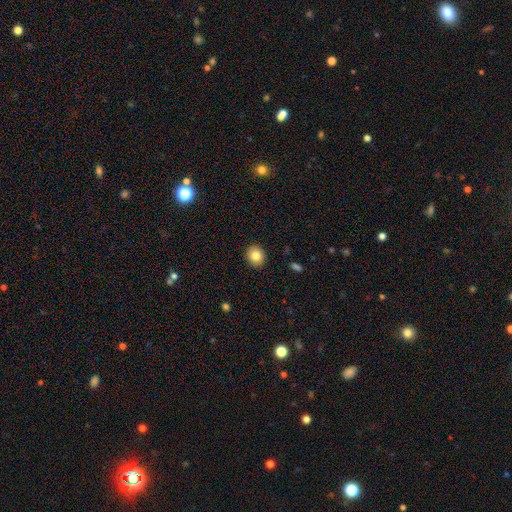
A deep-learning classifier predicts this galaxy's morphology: Overall: smooth (83%). How rounded: round (76%). Merging: none (92%).